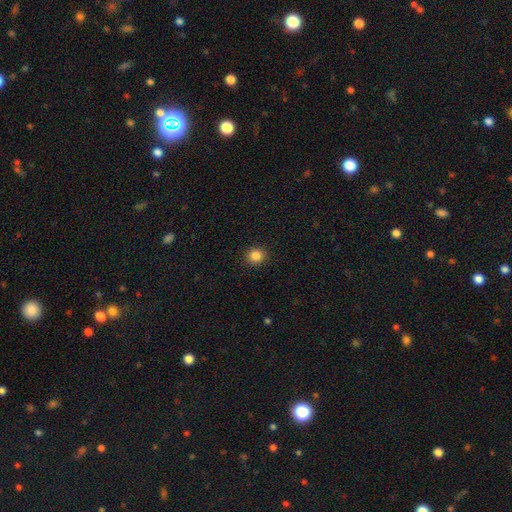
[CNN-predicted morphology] Q: Smooth or featured?
A: smooth (85%); runner-up: star or artifact (11%)
Q: How rounded?
A: round (89%); runner-up: in between (10%)
Q: Merging?
A: none (92%); runner-up: minor disturbance (5%)